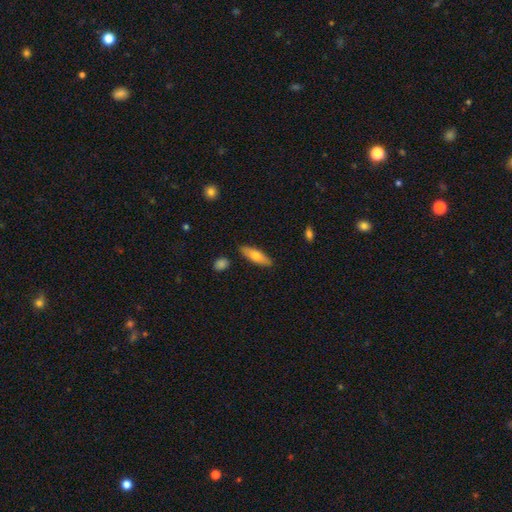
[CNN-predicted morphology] A smooth galaxy with no disk features (68%) that is in between round and cigar-shaped (50%).

Vote fractions:
- Smooth or featured? smooth: 68% / featured or disk: 27% / star or artifact: 6%
- How rounded? in between: 50% / cigar-shaped: 47% / round: 2%
- Merging? none: 86% / minor disturbance: 10% / merger: 2% / major disturbance: 2%